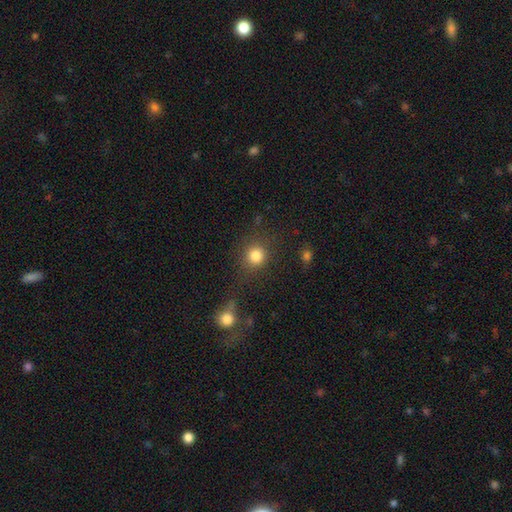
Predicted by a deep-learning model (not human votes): smooth 83%, star or artifact 12%, featured or disk 5%. Down the decision tree: how rounded — round (87%); merging — none (75%).